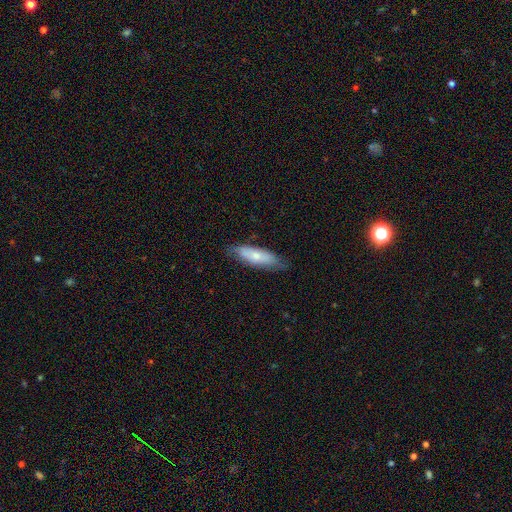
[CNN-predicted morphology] smooth-or-featured: smooth: 61% | featured or disk: 33% | star or artifact: 6%
  how-rounded: cigar-shaped: 50% | in between: 48% | round: 2%
  merging: none: 75% | minor disturbance: 19% | major disturbance: 4% | merger: 1%